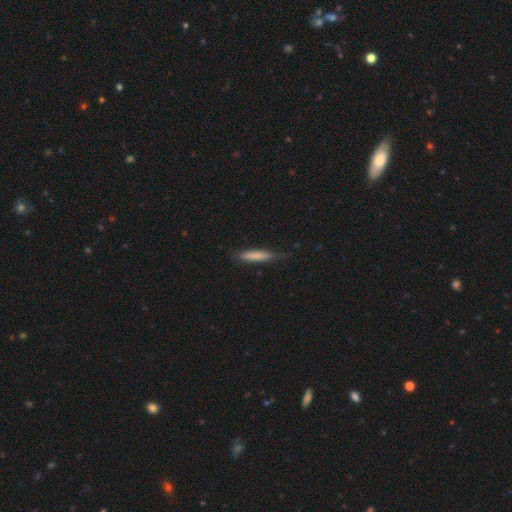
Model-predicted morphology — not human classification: Overall: smooth (75%). How rounded: cigar-shaped (88%). Merging: none (76%).